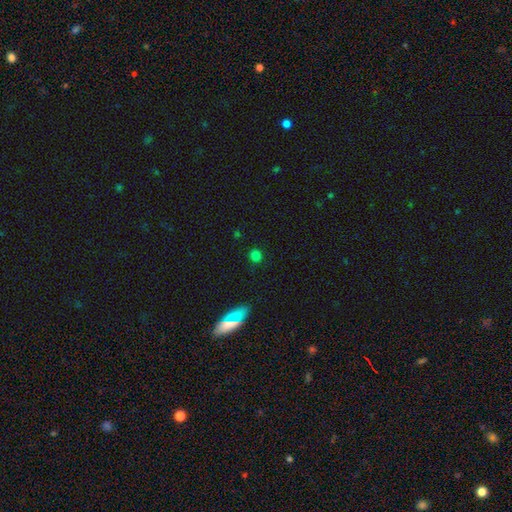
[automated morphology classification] smooth-or-featured: smooth: 78% | star or artifact: 18% | featured or disk: 4%
  how-rounded: round: 87% | in between: 12% | cigar-shaped: 2%
  merging: none: 89% | minor disturbance: 7% | major disturbance: 2% | merger: 2%